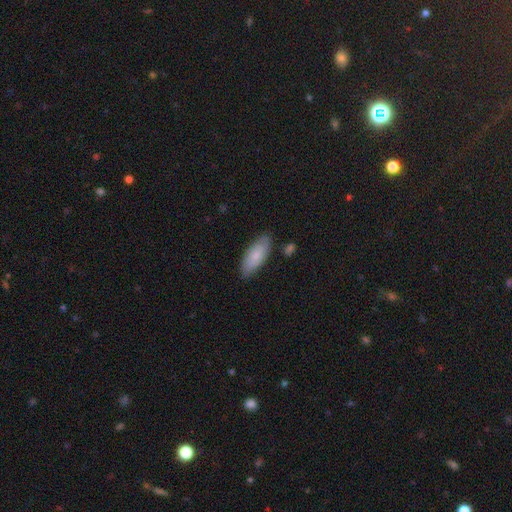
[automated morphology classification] A smooth galaxy with no disk features (71%) that is in between round and cigar-shaped (82%).

Vote fractions:
- Smooth or featured? smooth: 71% / featured or disk: 23% / star or artifact: 6%
- How rounded? in between: 82% / cigar-shaped: 16% / round: 2%
- Merging? none: 77% / minor disturbance: 17% / major disturbance: 3% / merger: 2%